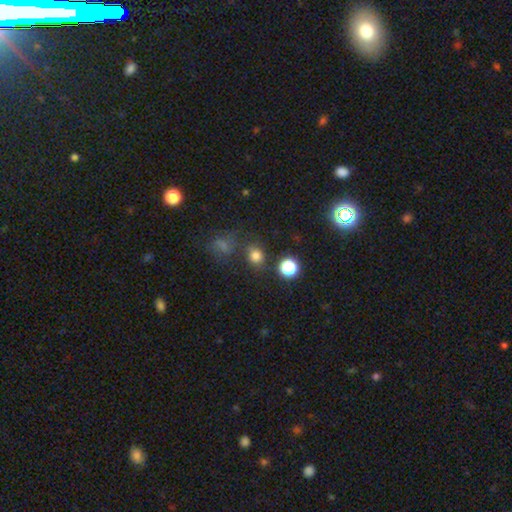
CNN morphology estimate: smooth 74%, star or artifact 20%, featured or disk 6%. Down the decision tree: how rounded — round (70%); merging — none (74%).